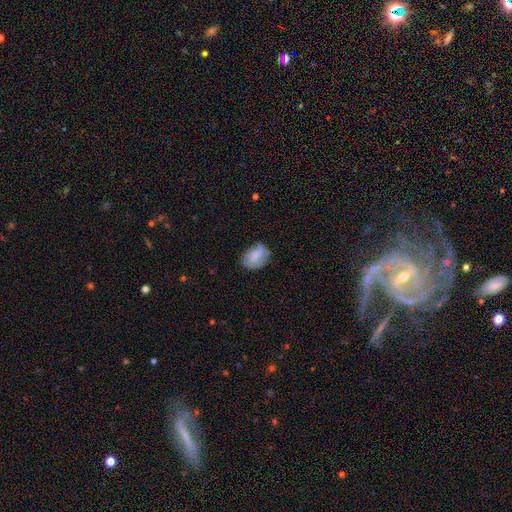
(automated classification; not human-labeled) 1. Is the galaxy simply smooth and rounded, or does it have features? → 67% smooth, 26% featured or disk, 8% star or artifact.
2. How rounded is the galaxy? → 75% in between, 23% round, 1% cigar-shaped.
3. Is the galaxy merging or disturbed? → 60% none, 29% minor disturbance, 10% major disturbance, 2% merger.